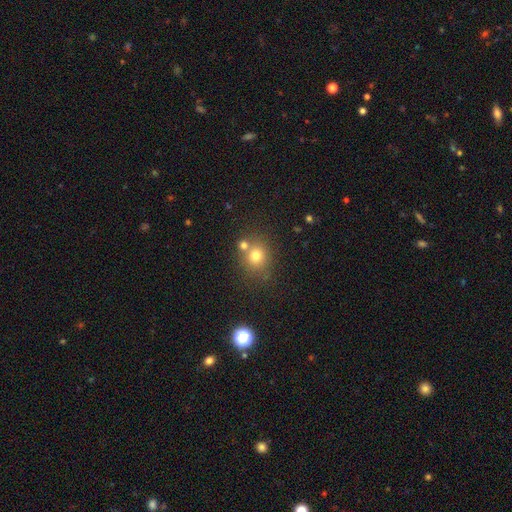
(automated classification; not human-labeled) Smooth or featured?
  - smooth: 74% *
  - star or artifact: 15%
  - featured or disk: 11%
How rounded?
  - round: 80% *
  - in between: 20%
  - cigar-shaped: 1%
Merging?
  - none: 63% *
  - merger: 23%
  - minor disturbance: 10%
  - major disturbance: 4%